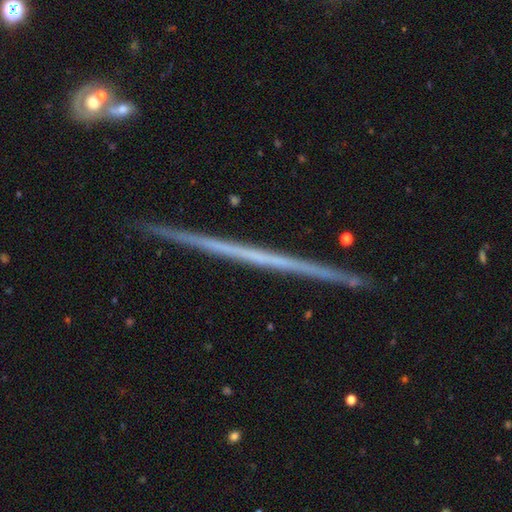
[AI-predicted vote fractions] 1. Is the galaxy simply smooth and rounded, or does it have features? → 72% featured or disk, 21% smooth, 8% star or artifact.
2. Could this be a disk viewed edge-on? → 98% yes, 2% no.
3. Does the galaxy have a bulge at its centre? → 92% none, 5% rounded, 3% boxy.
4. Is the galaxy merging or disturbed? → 91% none, 6% minor disturbance, 1% merger, 1% major disturbance.